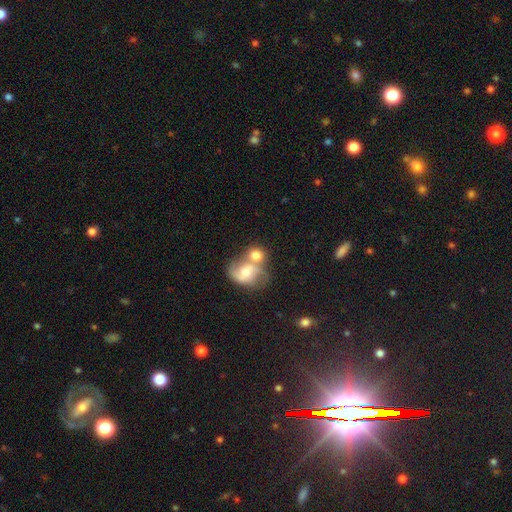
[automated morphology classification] This is possibly a smooth galaxy (58%). How rounded: possibly round (54%). Merging: likely merger (66%).